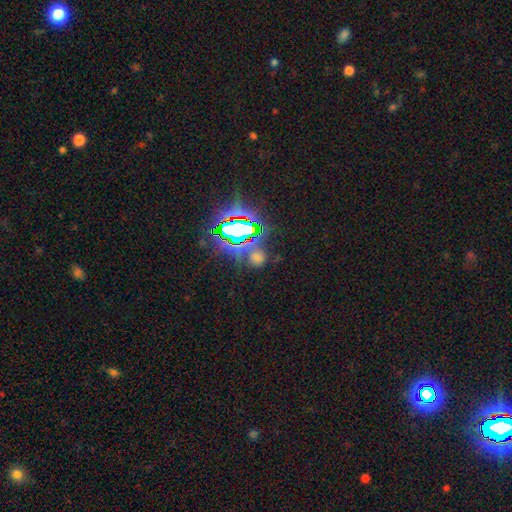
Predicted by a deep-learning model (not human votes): smooth_or_featured: star or artifact (p=0.72) [alt: smooth p=0.19]